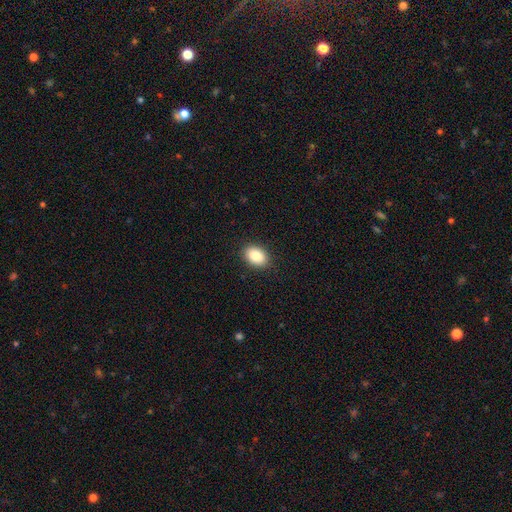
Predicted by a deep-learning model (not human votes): smooth-or-featured: smooth: 88% | star or artifact: 7% | featured or disk: 5%
  how-rounded: in between: 81% | round: 18% | cigar-shaped: 1%
  merging: none: 89% | minor disturbance: 8% | major disturbance: 2% | merger: 1%